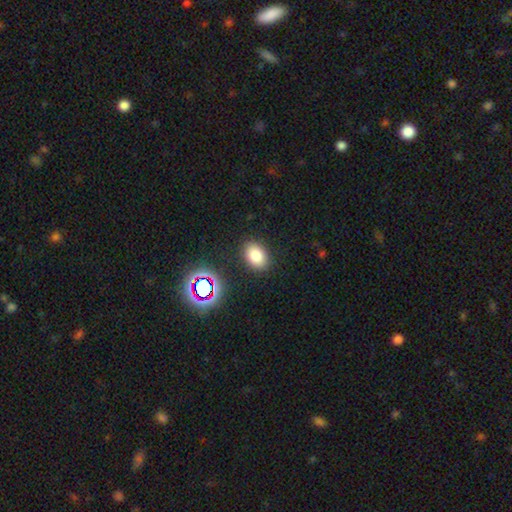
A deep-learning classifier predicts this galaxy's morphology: The model was most divided on "how rounded": in between: 79%, round: 20%, cigar-shaped: 1%. More confident: merging — none (87%); smooth or featured — smooth (80%).